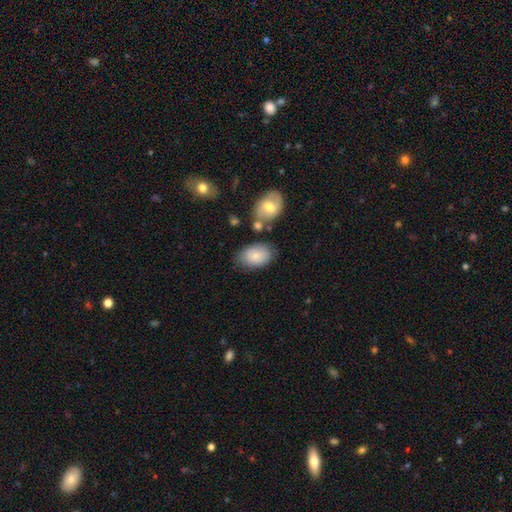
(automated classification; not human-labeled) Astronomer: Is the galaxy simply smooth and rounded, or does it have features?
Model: smooth — 79%.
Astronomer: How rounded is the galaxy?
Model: in between — 87%.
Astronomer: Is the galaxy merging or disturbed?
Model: none — 66%.